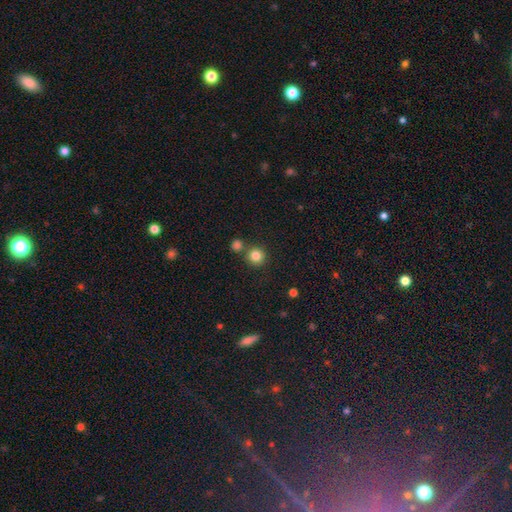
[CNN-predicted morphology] Smooth or featured? smooth (83%)
How rounded? round (93%)
Merging? none (75%)